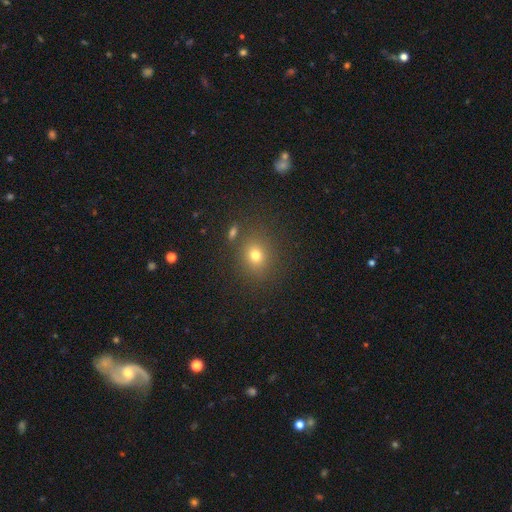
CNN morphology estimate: smooth-or-featured: smooth: 70% | star or artifact: 21% | featured or disk: 10%
  how-rounded: round: 73% | in between: 26% | cigar-shaped: 1%
  merging: none: 81% | minor disturbance: 9% | merger: 6% | major disturbance: 4%